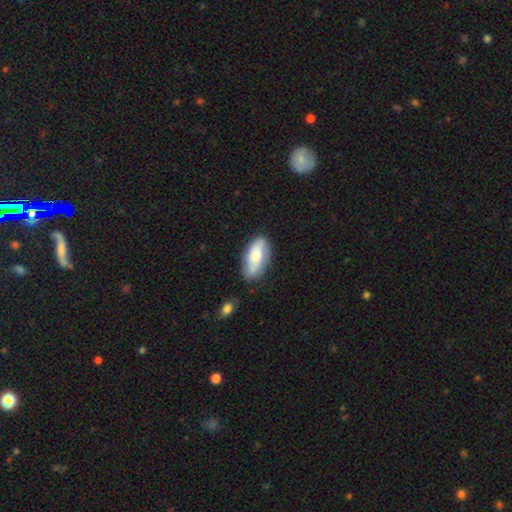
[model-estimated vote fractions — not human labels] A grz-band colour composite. It shows a smooth galaxy with no disk features (65%) that is in between round and cigar-shaped (85%). Merging: none (73%).